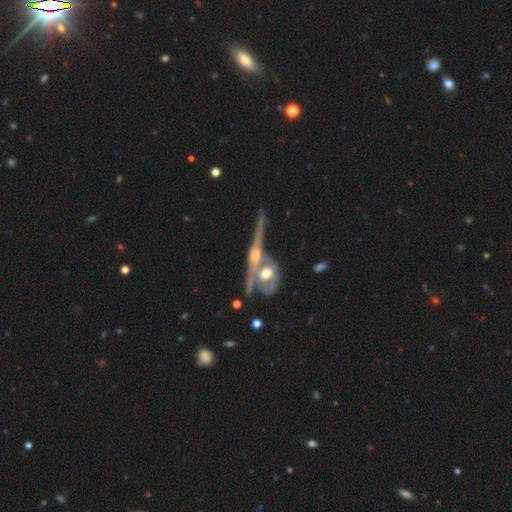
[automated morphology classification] smooth-or-featured: featured or disk: 49% | star or artifact: 26% | smooth: 25%
  merging: merger: 43% | none: 32% | major disturbance: 13% | minor disturbance: 12%